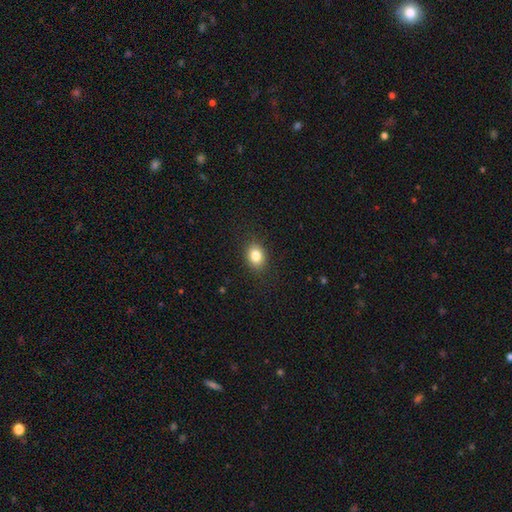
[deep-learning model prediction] smooth-or-featured: smooth: 83% | star or artifact: 10% | featured or disk: 7%
  how-rounded: in between: 59% | round: 40% | cigar-shaped: 1%
  merging: none: 87% | minor disturbance: 9% | major disturbance: 3% | merger: 1%